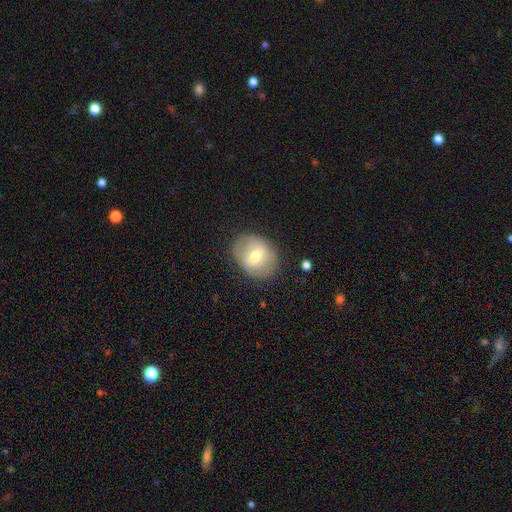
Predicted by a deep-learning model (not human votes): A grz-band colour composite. It shows a featured or disk galaxy (48%). Merging: none (78%).